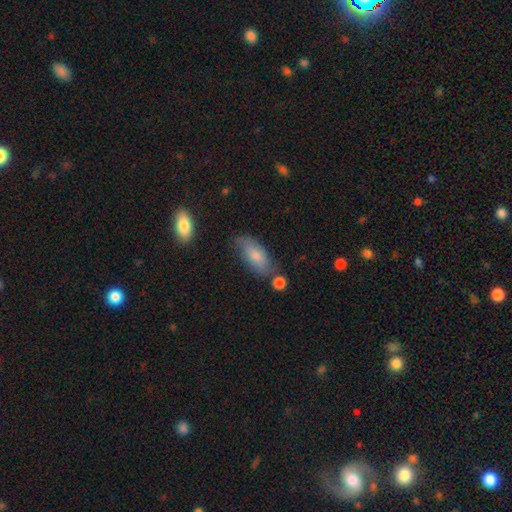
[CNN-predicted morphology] This appears to be a smooth galaxy with no disk features (72%) that is in between round and cigar-shaped (84%). Merging: none (65%).